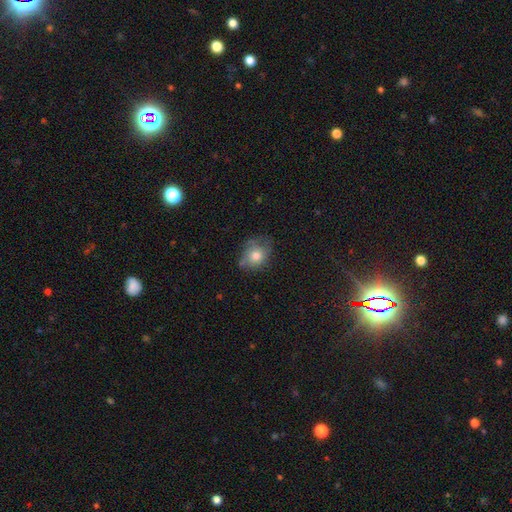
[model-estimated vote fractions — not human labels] This is likely a smooth galaxy (72%). How rounded: possibly round (58%). Merging: possibly none (54%).